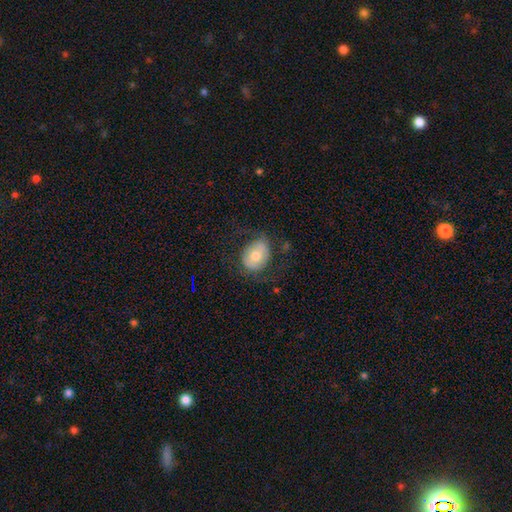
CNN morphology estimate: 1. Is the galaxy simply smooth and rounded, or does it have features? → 59% smooth, 33% featured or disk, 8% star or artifact.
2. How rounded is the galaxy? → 59% in between, 40% round, 1% cigar-shaped.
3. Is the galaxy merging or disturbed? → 64% none, 20% minor disturbance, 15% major disturbance, 2% merger.